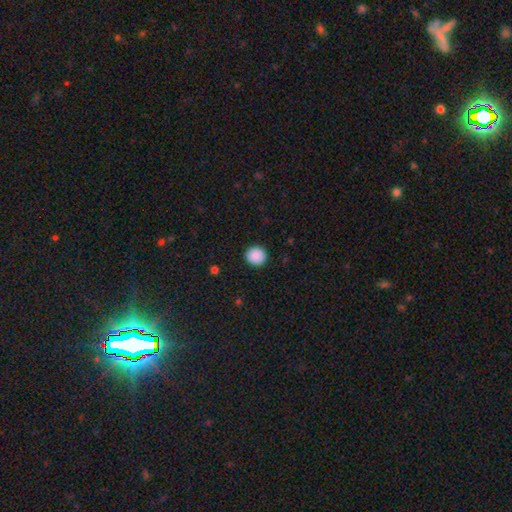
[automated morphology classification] This is clearly a smooth galaxy (89%). How rounded: clearly round (93%). Merging: clearly none (92%).